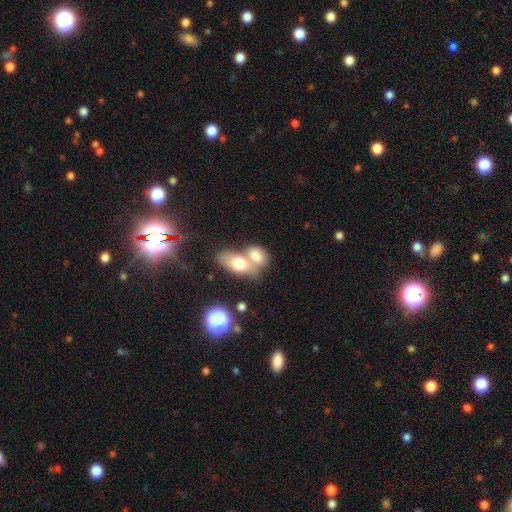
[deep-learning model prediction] Morphology: type=smooth (72%); roundness=in between (81%); merging=merger (67%).